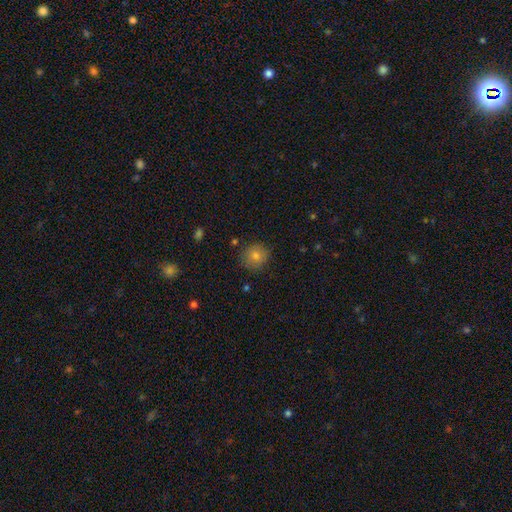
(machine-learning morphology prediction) smooth-or-featured: smooth: 77% | star or artifact: 13% | featured or disk: 11%
  how-rounded: round: 89% | in between: 10% | cigar-shaped: 1%
  merging: none: 85% | minor disturbance: 11% | major disturbance: 2% | merger: 2%